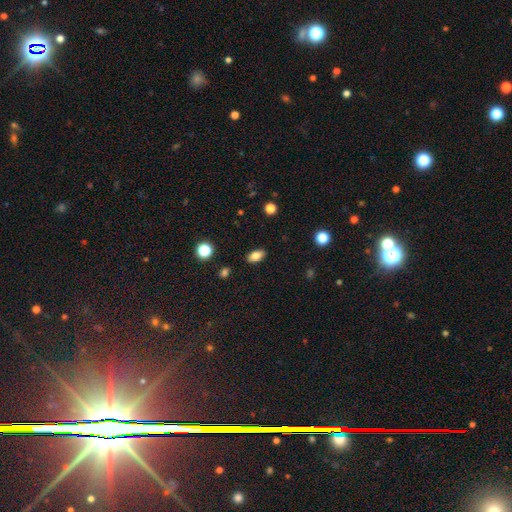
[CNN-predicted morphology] Overall: smooth (81%). How rounded: in between (90%). Merging: none (88%).